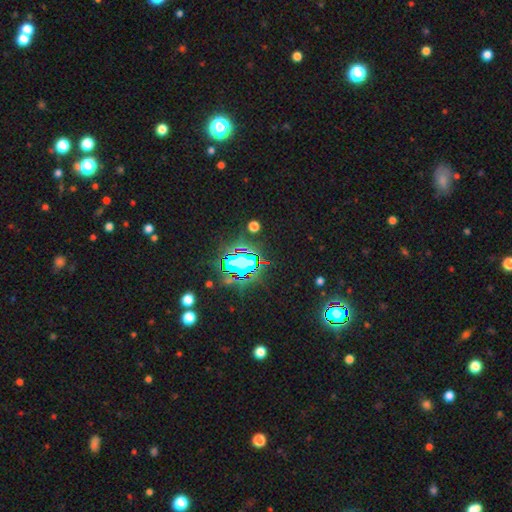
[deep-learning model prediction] A star or artifact, not a galaxy (83%).